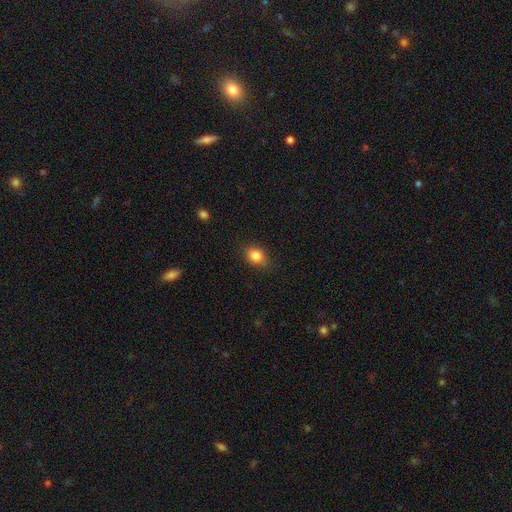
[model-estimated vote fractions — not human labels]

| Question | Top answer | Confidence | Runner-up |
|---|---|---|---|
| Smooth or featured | smooth | 84% | star or artifact (10%) |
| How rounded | in between | 57% | round (42%) |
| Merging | none | 79% | minor disturbance (16%) |